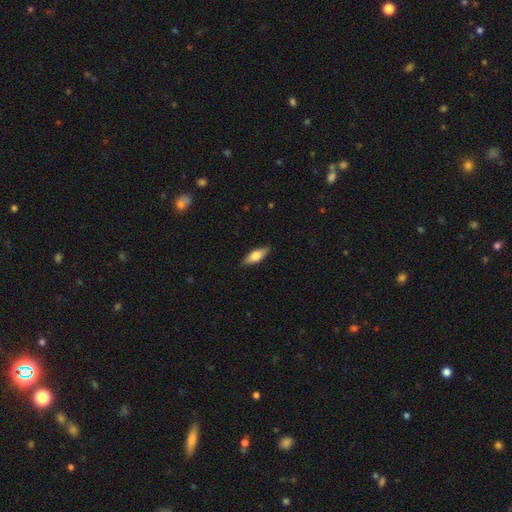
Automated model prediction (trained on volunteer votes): Q: Smooth or featured?
A: smooth (74%); runner-up: featured or disk (20%)
Q: How rounded?
A: in between (71%); runner-up: cigar-shaped (26%)
Q: Merging?
A: none (87%); runner-up: minor disturbance (10%)